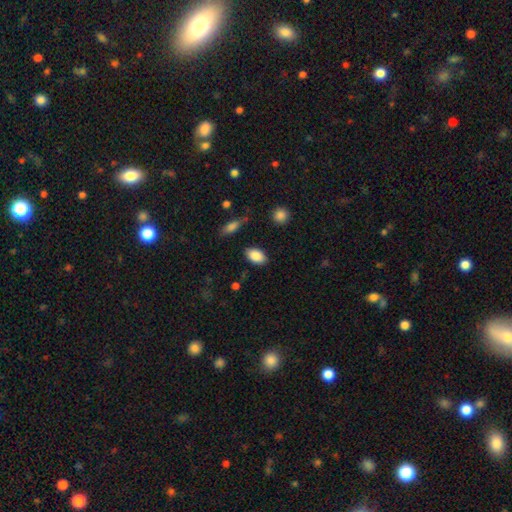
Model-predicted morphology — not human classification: Smooth or featured?
  - smooth: 87% *
  - star or artifact: 7%
  - featured or disk: 5%
How rounded?
  - in between: 91% *
  - round: 8%
  - cigar-shaped: 2%
Merging?
  - none: 85% *
  - minor disturbance: 10%
  - major disturbance: 3%
  - merger: 2%